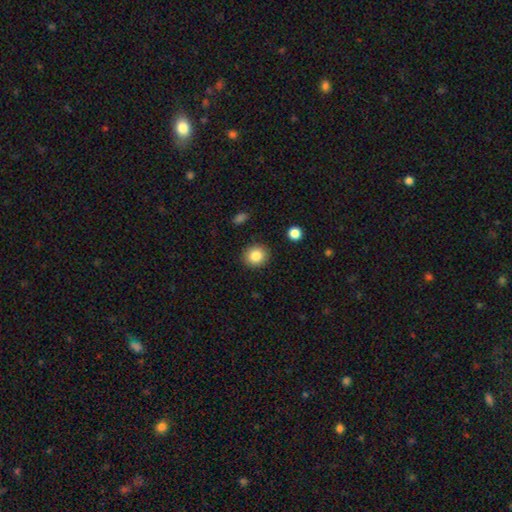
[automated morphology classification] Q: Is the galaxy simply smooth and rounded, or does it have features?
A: smooth — 85%.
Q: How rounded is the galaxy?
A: round — 83%.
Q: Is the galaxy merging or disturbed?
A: none — 89%.